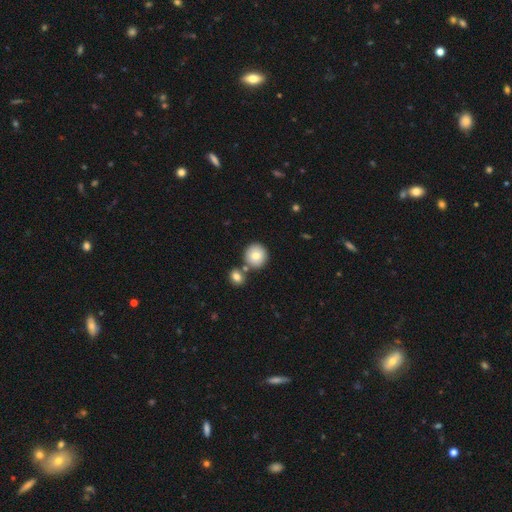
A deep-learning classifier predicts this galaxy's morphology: This is clearly a smooth galaxy (81%). How rounded: clearly round (92%). Merging: likely none (73%).